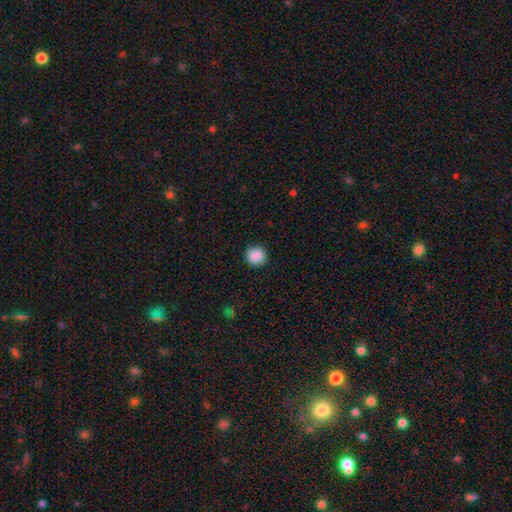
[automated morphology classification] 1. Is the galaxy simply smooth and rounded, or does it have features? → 89% smooth, 9% star or artifact, 2% featured or disk.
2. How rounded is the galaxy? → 94% round, 5% in between, 1% cigar-shaped.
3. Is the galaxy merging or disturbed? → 92% none, 6% minor disturbance, 2% major disturbance, 1% merger.